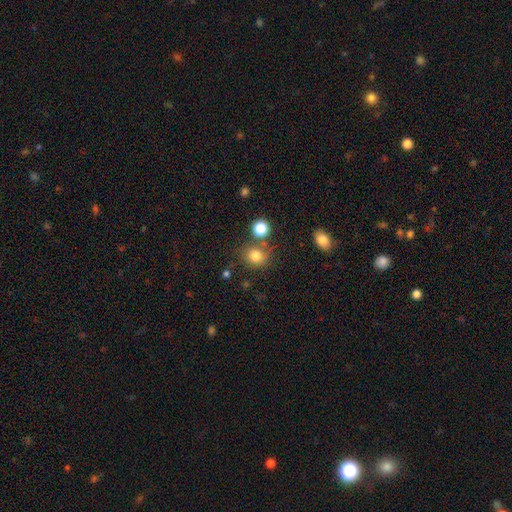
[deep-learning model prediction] Overall: smooth (80%). How rounded: round (78%). Merging: none (72%).